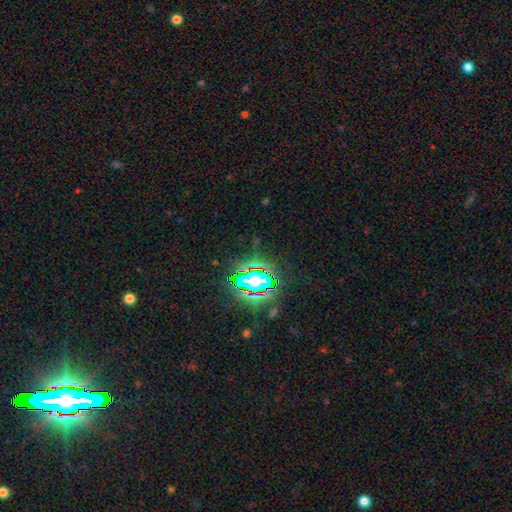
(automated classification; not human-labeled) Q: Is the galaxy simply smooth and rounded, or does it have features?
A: star or artifact — 78%.